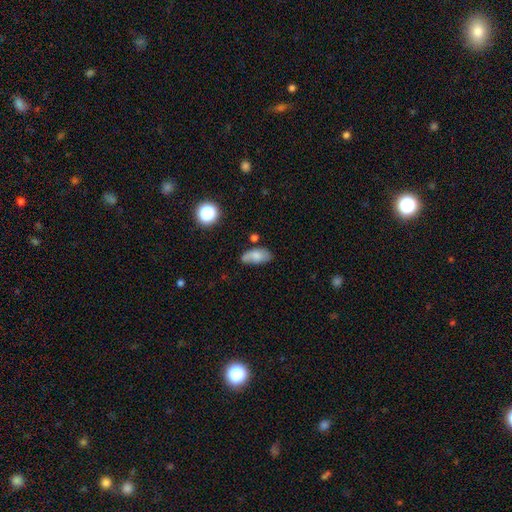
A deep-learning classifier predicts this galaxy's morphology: This appears to be a smooth galaxy with no disk features (70%) that is in between round and cigar-shaped (89%). Merging: none (59%).